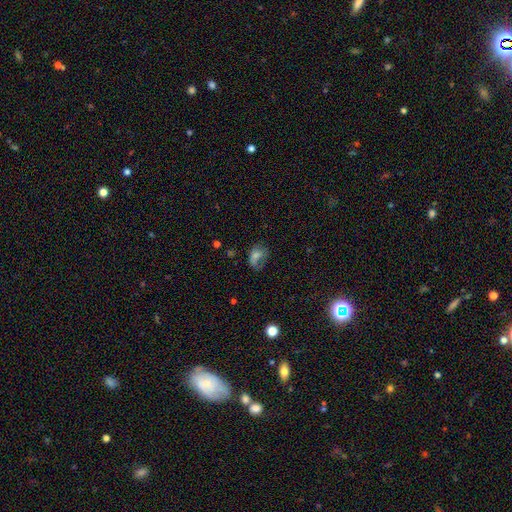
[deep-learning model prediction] The model was most divided on "merging": none: 39%, major disturbance: 30%, minor disturbance: 28%, merger: 3%. More confident: how rounded — in between (70%); smooth or featured — smooth (54%).